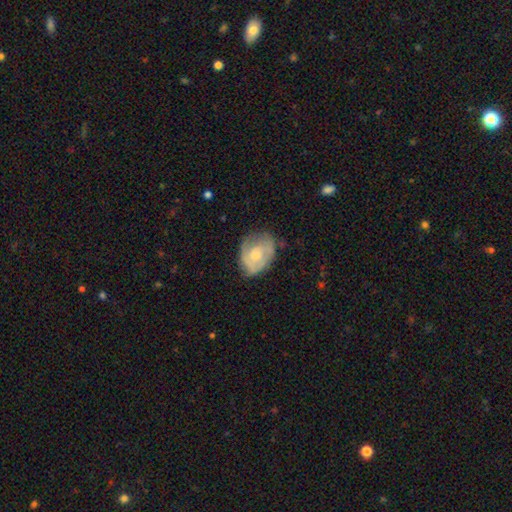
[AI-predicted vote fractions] Overall: featured or disk (62%; smooth 32%). Edge-on disk: no (97%). Bar: no (72%). Spiral arms: yes (79%). Bulge size: small (43%; moderate 40%). Merging: none (59%; minor disturbance 28%).